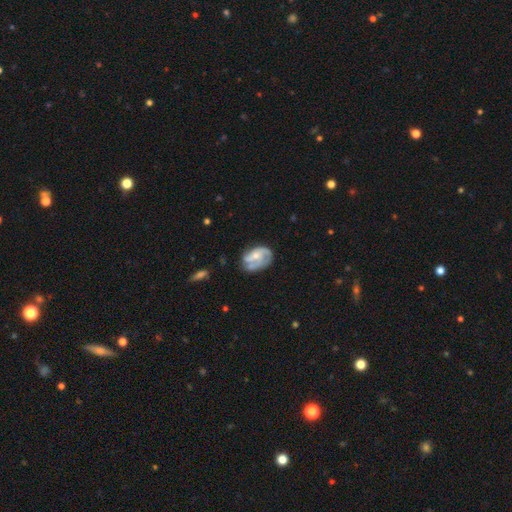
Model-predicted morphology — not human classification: type=featured or disk (71%); edge-on=no (97%); bar=no (66%); spiral arms=yes (82%); winding=medium (42%); arm count=2 (42%); bulge=small (55%); merging=none (44%).